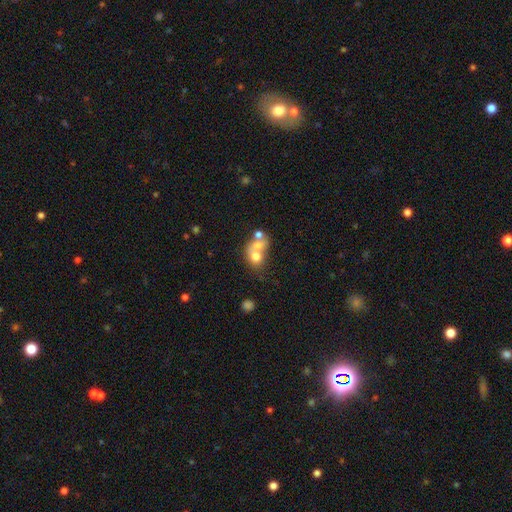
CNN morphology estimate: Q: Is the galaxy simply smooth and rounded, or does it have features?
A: smooth — 63%.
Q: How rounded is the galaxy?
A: round — 54%.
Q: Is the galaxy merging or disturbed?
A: merger — 63%.